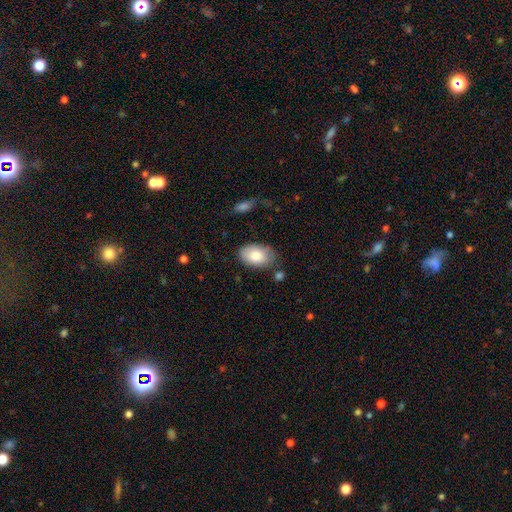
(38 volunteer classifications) smooth 87%, featured or disk 11%, star or artifact 3%. Down the decision tree: how rounded — in between (94%); merging — none (76%).